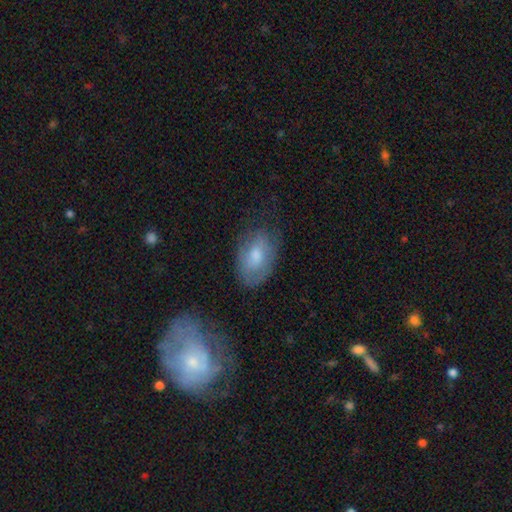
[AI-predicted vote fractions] The model was most divided on "smooth or featured": smooth: 56%, featured or disk: 37%, star or artifact: 8%. More confident: how rounded — in between (91%); merging — none (63%).